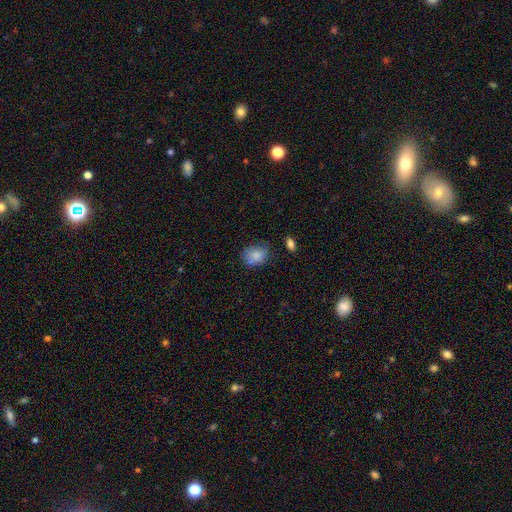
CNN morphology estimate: Smooth or featured: smooth — 81% (featured or disk — 10%)
How rounded: in between — 56% (round — 43%)
Merging: none — 58% (minor disturbance — 29%)